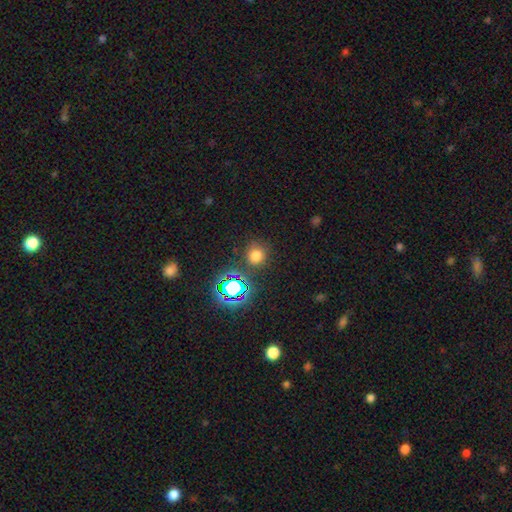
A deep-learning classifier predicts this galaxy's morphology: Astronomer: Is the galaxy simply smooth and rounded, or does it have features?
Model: smooth — 68%.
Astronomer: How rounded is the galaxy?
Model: round — 88%.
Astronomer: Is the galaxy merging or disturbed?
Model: none — 82%.